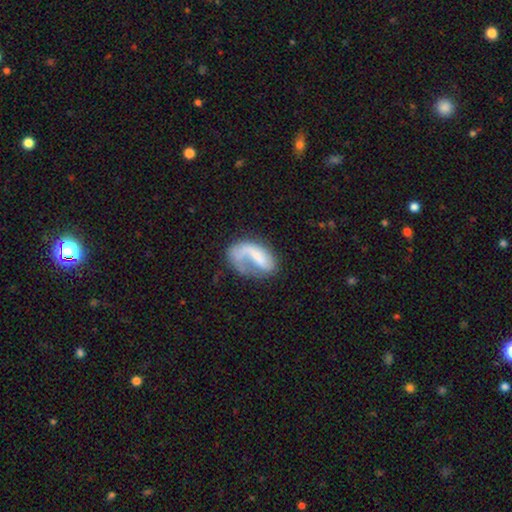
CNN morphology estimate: A featured or disk galaxy (55%) with no bar (43%), spiral arms (73%) and no central bulge (44%).

Vote fractions:
- Smooth or featured? featured or disk: 55% / smooth: 39% / star or artifact: 7%
- Edge-on disk? no: 96% / yes: 4%
- Bar? no: 43% / weak: 35% / strong: 22%
- Spiral arms? yes: 73% / no: 27%
- Bulge size? none: 44% / small: 30% / moderate: 18% / large: 6% / dominant: 2%
- Merging? major disturbance: 41% / none: 33% / minor disturbance: 21% / merger: 5%